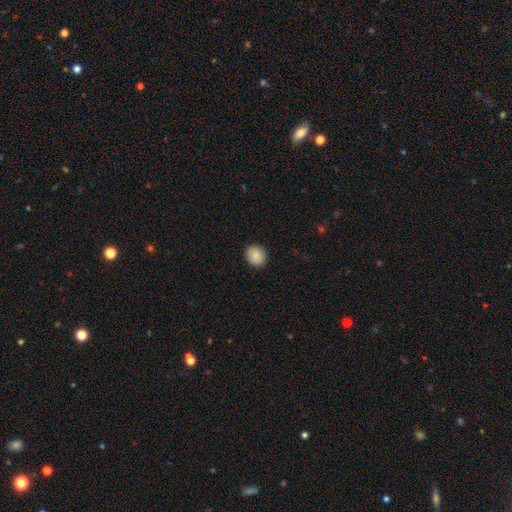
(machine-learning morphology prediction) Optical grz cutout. It shows a smooth galaxy with no disk features (87%) that is round (83%). Merging: none (91%).